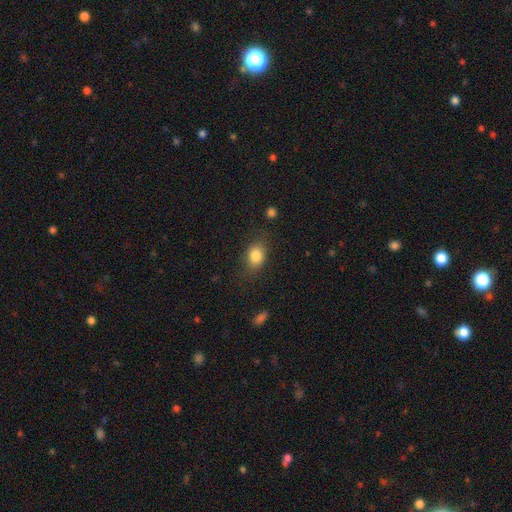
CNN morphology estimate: Q: Smooth or featured?
A: smooth (83%); runner-up: star or artifact (9%)
Q: How rounded?
A: in between (70%); runner-up: round (28%)
Q: Merging?
A: none (77%); runner-up: minor disturbance (16%)